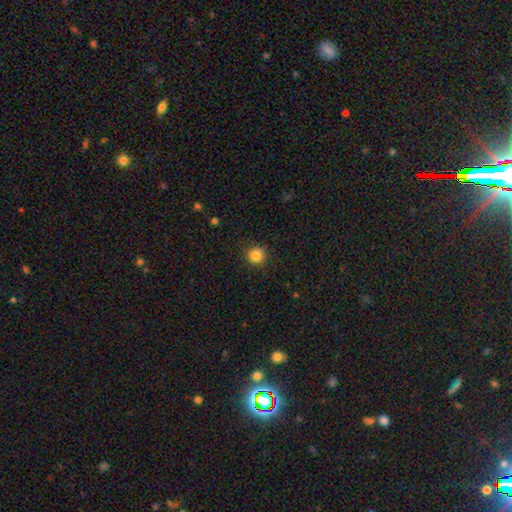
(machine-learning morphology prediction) A smooth galaxy with no disk features (85%) that is round (94%). Merging: none (90%).